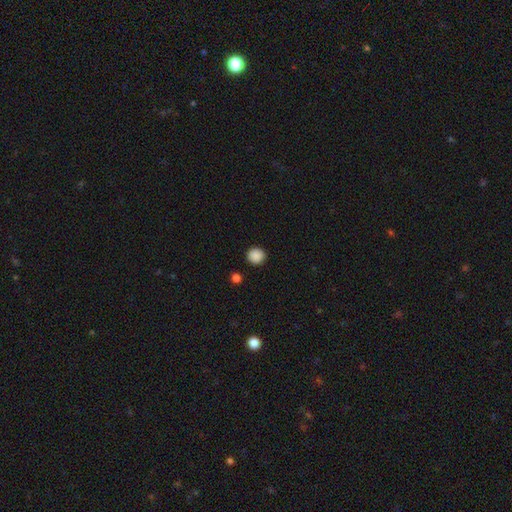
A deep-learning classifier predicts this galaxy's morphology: The model was most divided on "smooth or featured": smooth: 88%, star or artifact: 9%, featured or disk: 2%. More confident: how rounded — round (92%); merging — none (91%).